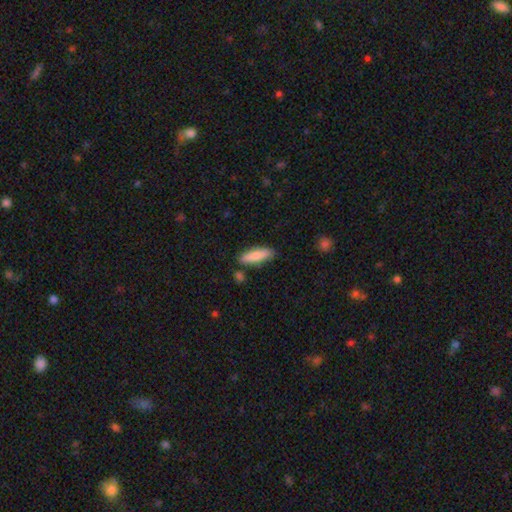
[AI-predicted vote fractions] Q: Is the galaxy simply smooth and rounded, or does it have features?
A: smooth — 78%.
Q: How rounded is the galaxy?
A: cigar-shaped — 56%.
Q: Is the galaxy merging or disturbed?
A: none — 82%.